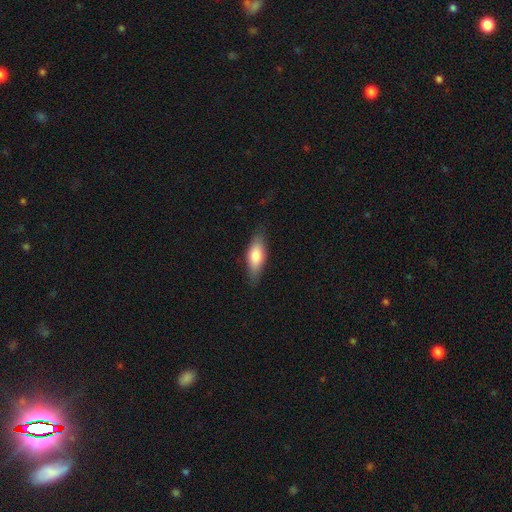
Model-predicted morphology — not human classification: A smooth galaxy with no disk features (73%) that is in between round and cigar-shaped (69%).

Vote fractions:
- Smooth or featured? smooth: 73% / featured or disk: 21% / star or artifact: 6%
- How rounded? in between: 69% / cigar-shaped: 29% / round: 3%
- Merging? none: 81% / minor disturbance: 15% / major disturbance: 3% / merger: 1%